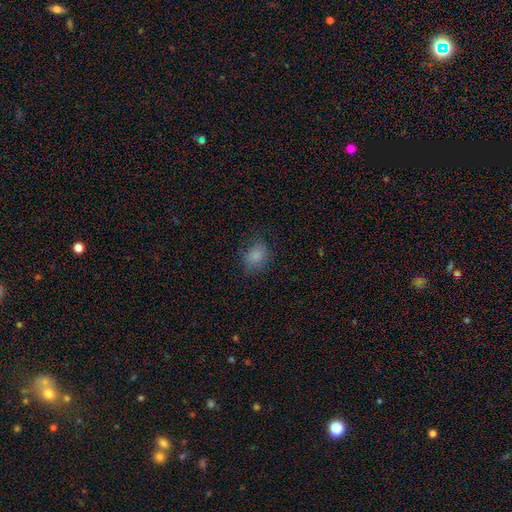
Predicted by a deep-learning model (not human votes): Morphology: type=smooth (81%); roundness=in between (53%); merging=none (72%).